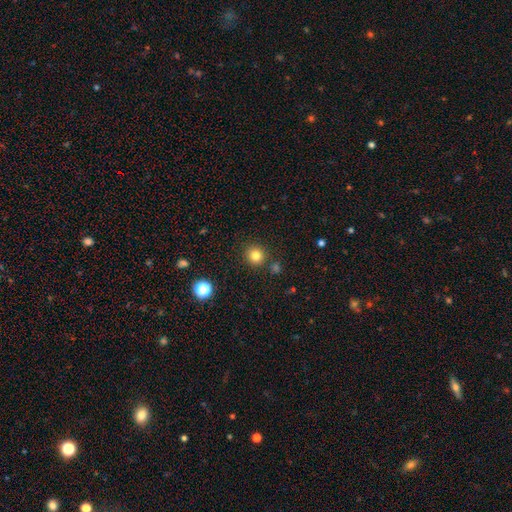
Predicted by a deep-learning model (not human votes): smooth-or-featured: smooth: 81% | star or artifact: 13% | featured or disk: 5%
  how-rounded: round: 92% | in between: 8% | cigar-shaped: 1%
  merging: none: 87% | minor disturbance: 7% | merger: 4% | major disturbance: 2%